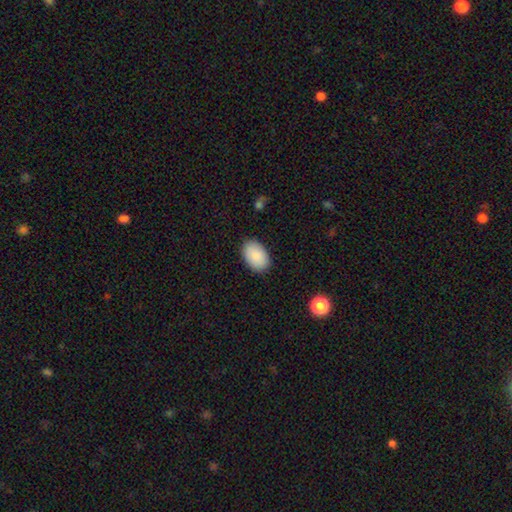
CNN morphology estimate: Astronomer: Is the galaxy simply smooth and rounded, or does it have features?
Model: smooth — 90%.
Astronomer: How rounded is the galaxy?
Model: in between — 92%.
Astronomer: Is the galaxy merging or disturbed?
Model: none — 88%.